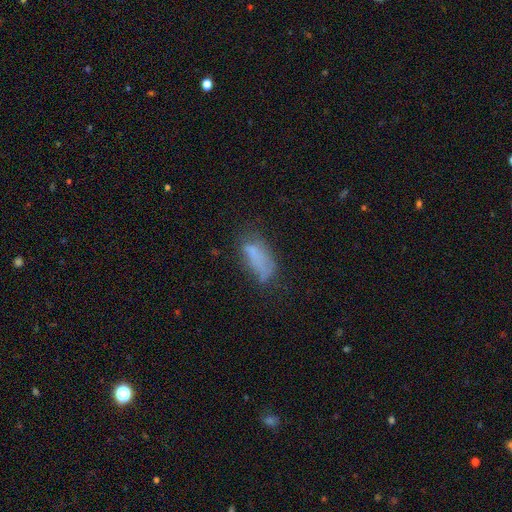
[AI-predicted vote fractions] Smooth or featured? Predicted: smooth (p=0.66). How rounded? Predicted: in between (p=0.76). Merging? Predicted: none (p=0.48).